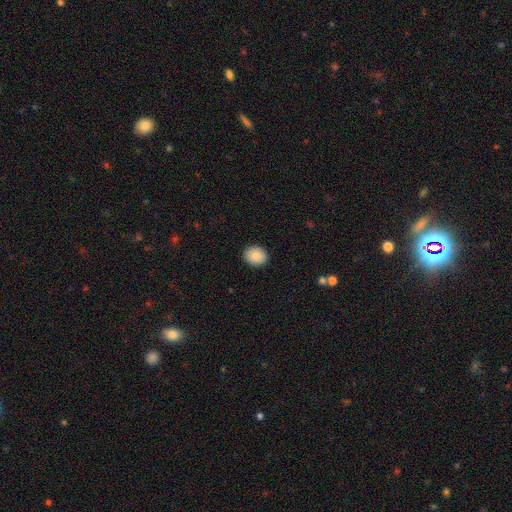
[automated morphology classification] A smooth galaxy with no disk features (88%) that is round (69%). Merging: none (91%).